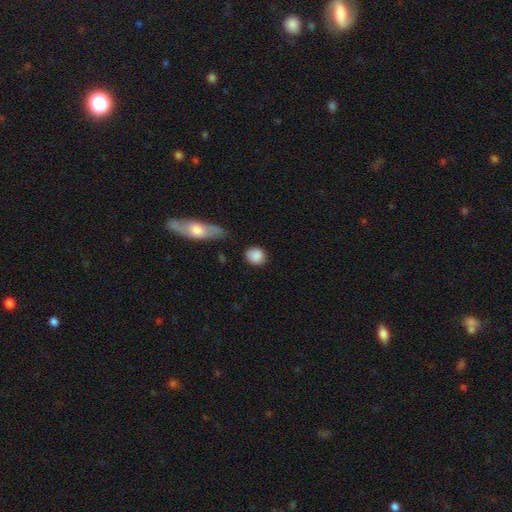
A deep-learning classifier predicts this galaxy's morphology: Smooth or featured?
  - smooth: 88% *
  - star or artifact: 7%
  - featured or disk: 5%
How rounded?
  - round: 79% *
  - in between: 19%
  - cigar-shaped: 2%
Merging?
  - none: 78% *
  - minor disturbance: 14%
  - major disturbance: 4%
  - merger: 4%